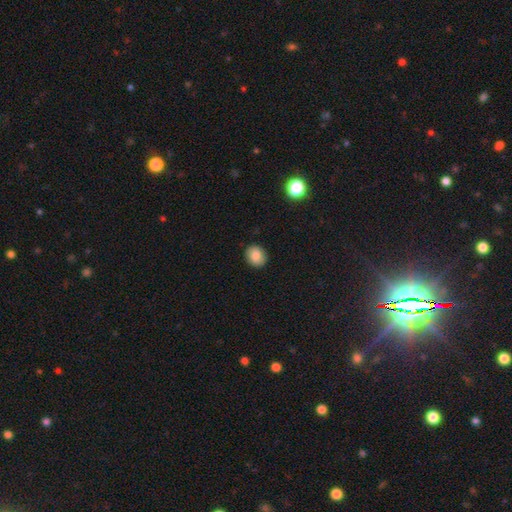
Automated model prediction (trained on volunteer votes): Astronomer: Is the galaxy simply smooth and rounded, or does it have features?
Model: smooth — 80%.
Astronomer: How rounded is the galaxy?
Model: round — 73%.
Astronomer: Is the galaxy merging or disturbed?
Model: none — 89%.